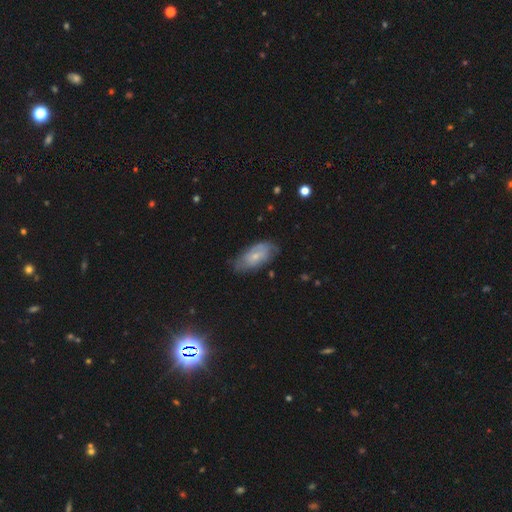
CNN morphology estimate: type=smooth (49%); merging=none (64%).